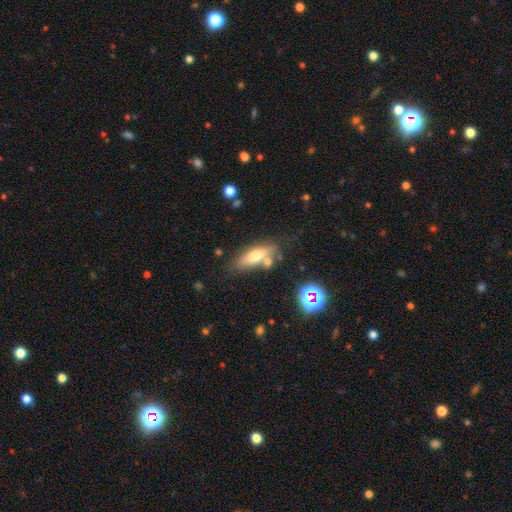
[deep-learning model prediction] Smooth or featured?
  - smooth: 67% *
  - featured or disk: 24%
  - star or artifact: 9%
How rounded?
  - in between: 59% *
  - cigar-shaped: 38%
  - round: 3%
Merging?
  - none: 65% *
  - minor disturbance: 17%
  - merger: 13%
  - major disturbance: 5%